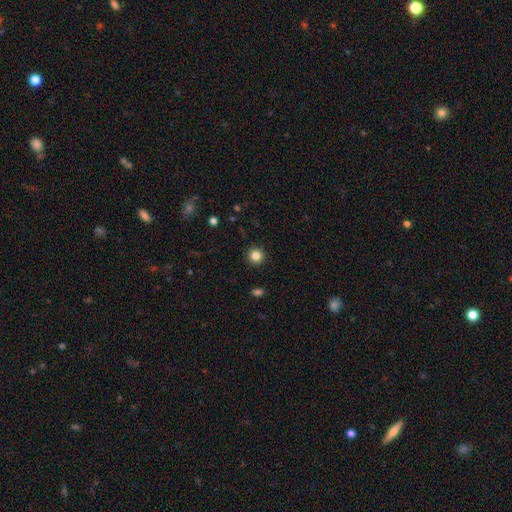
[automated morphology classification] Smooth or featured: smooth — 83% (star or artifact — 12%)
How rounded: round — 95% (in between — 4%)
Merging: none — 93% (minor disturbance — 5%)